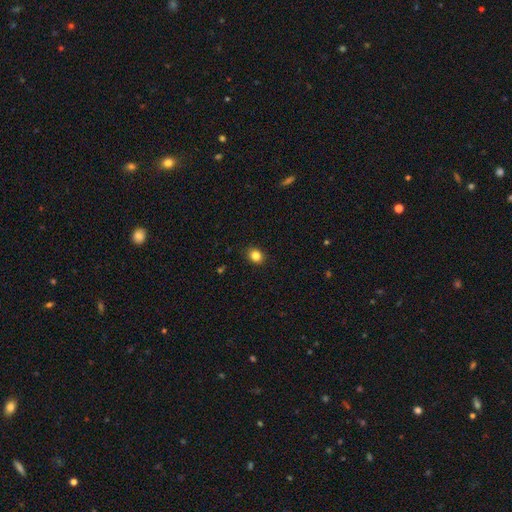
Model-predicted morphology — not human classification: Smooth or featured: smooth — 84% (star or artifact — 11%)
How rounded: round — 58% (in between — 42%)
Merging: none — 90% (minor disturbance — 7%)